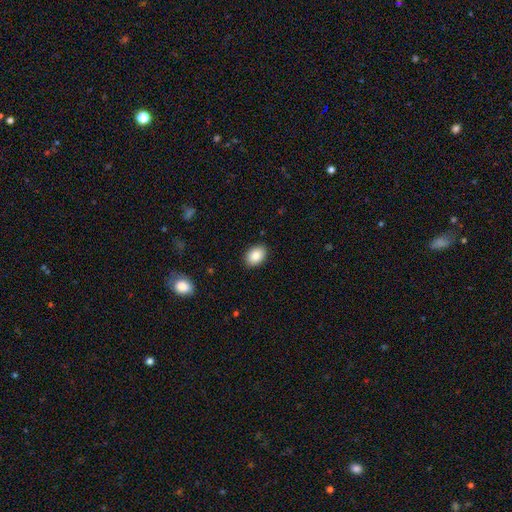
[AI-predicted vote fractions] Smooth or featured?
  - smooth: 87% *
  - star or artifact: 7%
  - featured or disk: 5%
How rounded?
  - in between: 79% *
  - round: 20%
  - cigar-shaped: 1%
Merging?
  - none: 89% *
  - minor disturbance: 8%
  - major disturbance: 2%
  - merger: 1%